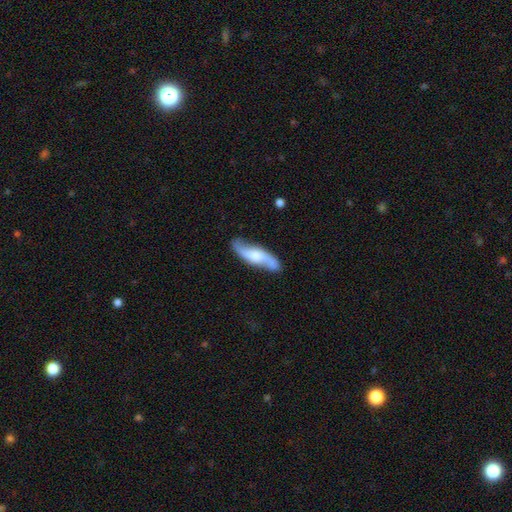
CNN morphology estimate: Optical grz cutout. It shows a featured or disk galaxy (67%) with no bar (51%), spiral arms (93%) and a moderate central bulge (45%). Merging: none (79%).